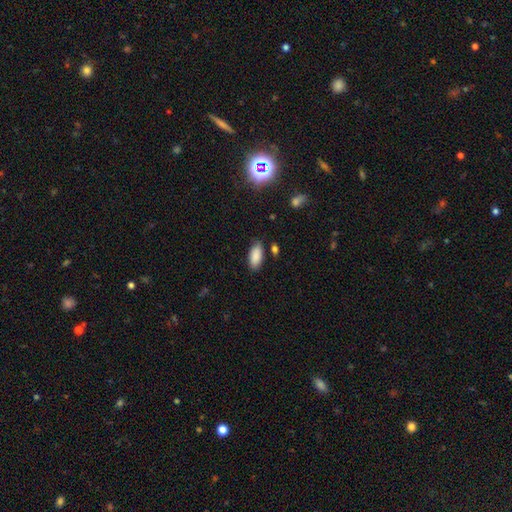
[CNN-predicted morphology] A smooth galaxy with no disk features (88%) that is in between round and cigar-shaped (90%).

Vote fractions:
- Smooth or featured? smooth: 88% / star or artifact: 7% / featured or disk: 5%
- How rounded? in between: 90% / cigar-shaped: 8% / round: 2%
- Merging? none: 81% / minor disturbance: 13% / merger: 3% / major disturbance: 3%